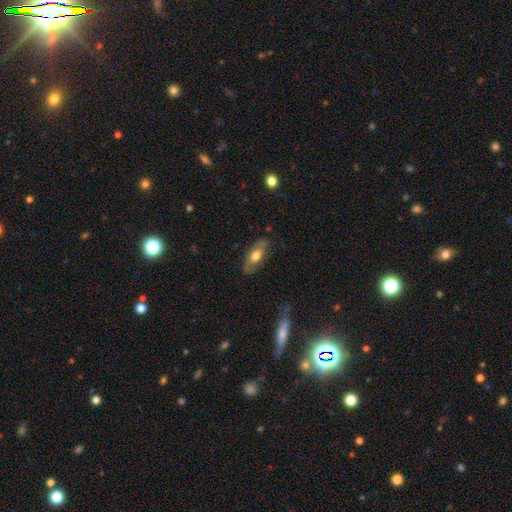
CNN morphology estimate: This appears to be a smooth galaxy with no disk features (51%) that is in between round and cigar-shaped (78%). Merging: none (78%).